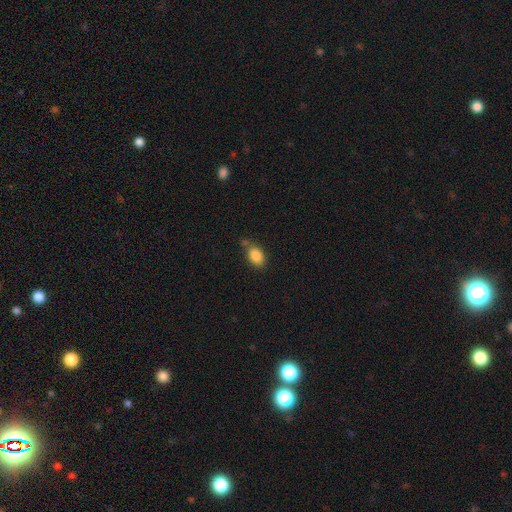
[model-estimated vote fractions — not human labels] Morphology: type=smooth (85%); roundness=in between (84%); merging=none (61%).